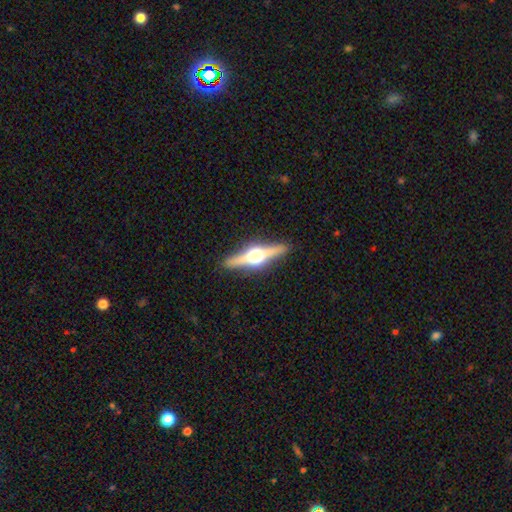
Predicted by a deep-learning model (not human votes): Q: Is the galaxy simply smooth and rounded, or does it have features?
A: featured or disk — 81%.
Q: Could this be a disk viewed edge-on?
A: yes — 98%.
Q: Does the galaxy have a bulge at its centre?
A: rounded — 96%.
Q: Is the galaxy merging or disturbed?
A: none — 90%.